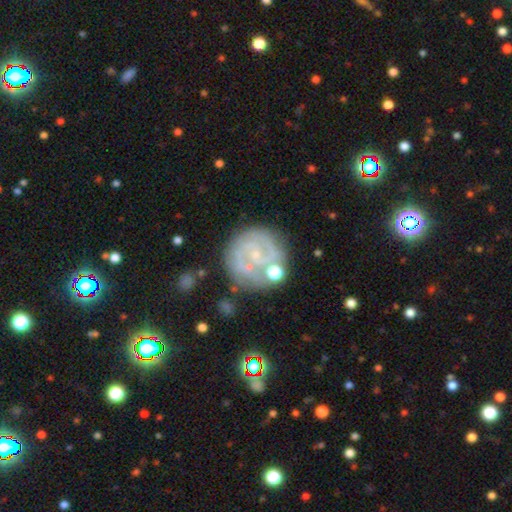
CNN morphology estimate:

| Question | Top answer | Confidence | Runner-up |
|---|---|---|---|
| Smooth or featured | featured or disk | 78% | smooth (14%) |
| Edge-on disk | no | 98% | yes (2%) |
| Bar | no | 65% | weak (29%) |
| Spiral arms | yes | 89% | no (11%) |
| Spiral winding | tight | 61% | medium (30%) |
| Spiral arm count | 2 | 43% | can't tell (26%) |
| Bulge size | small | 75% | moderate (12%) |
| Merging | none | 68% | minor disturbance (17%) |